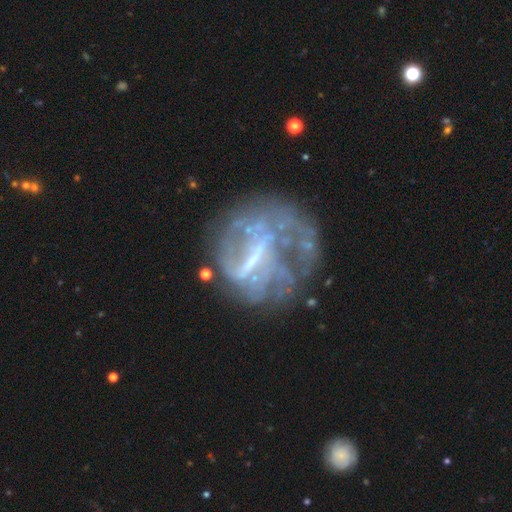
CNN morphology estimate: Smooth or featured? featured or disk (74%)
Edge-on disk? no (96%)
Bar? strong (44%)
Spiral arms? no (55%)
Bulge size? none (45%)
Merging? none (45%)